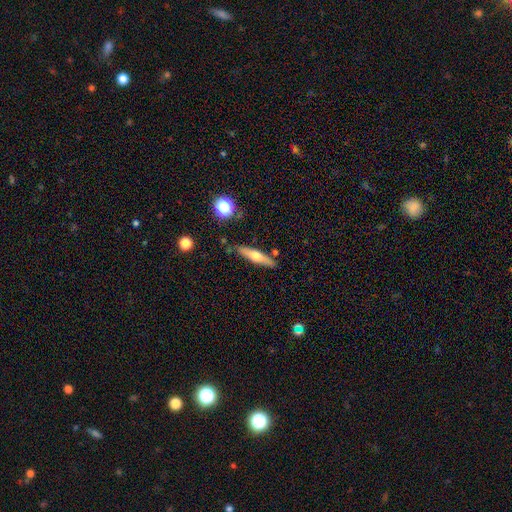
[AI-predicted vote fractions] Q: Smooth or featured?
A: featured or disk (48%); runner-up: smooth (46%)
Q: Merging?
A: none (82%); runner-up: minor disturbance (12%)